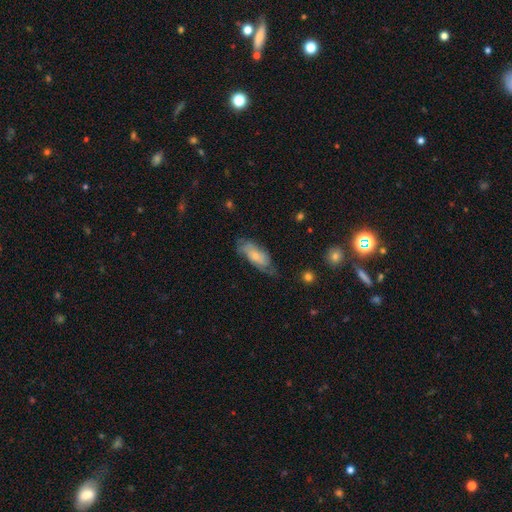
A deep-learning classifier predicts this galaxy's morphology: The model was most divided on "smooth or featured": featured or disk: 49%, smooth: 45%, star or artifact: 6%. More confident: merging — none (56%).